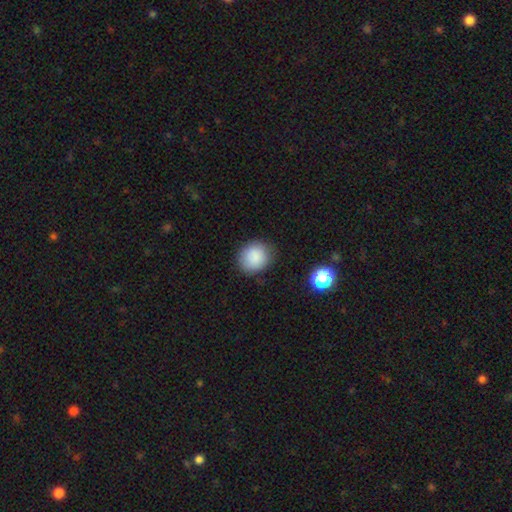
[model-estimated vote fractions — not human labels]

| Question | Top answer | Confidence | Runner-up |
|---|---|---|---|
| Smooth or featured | smooth | 86% | star or artifact (9%) |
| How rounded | round | 79% | in between (21%) |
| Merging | none | 83% | minor disturbance (12%) |